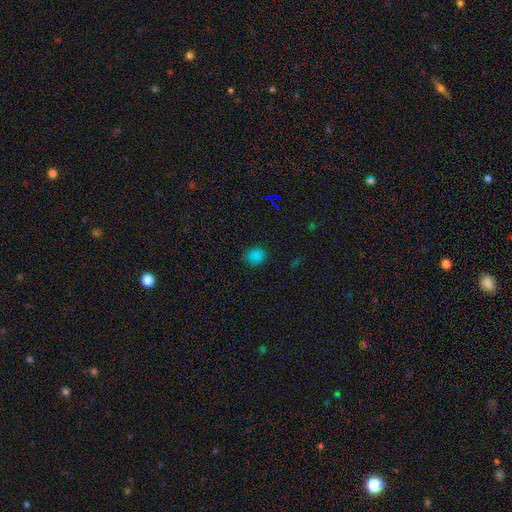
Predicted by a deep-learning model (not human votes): This is clearly a smooth galaxy (80%). How rounded: likely round (72%). Merging: clearly none (87%).